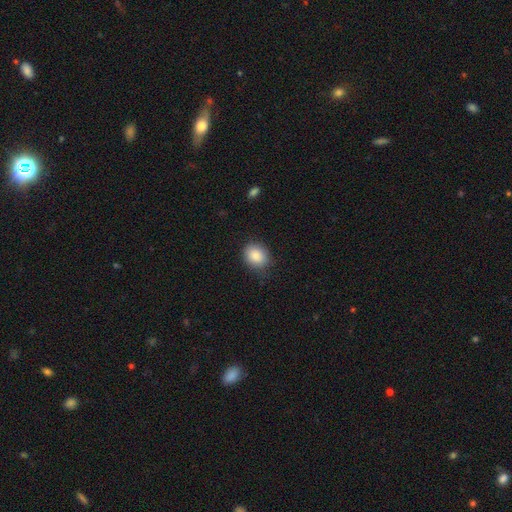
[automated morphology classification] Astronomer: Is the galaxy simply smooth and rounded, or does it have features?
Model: smooth — 87%.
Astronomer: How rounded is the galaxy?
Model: round — 56% (runner-up: in between, 43%).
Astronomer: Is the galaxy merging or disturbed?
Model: none — 76%.